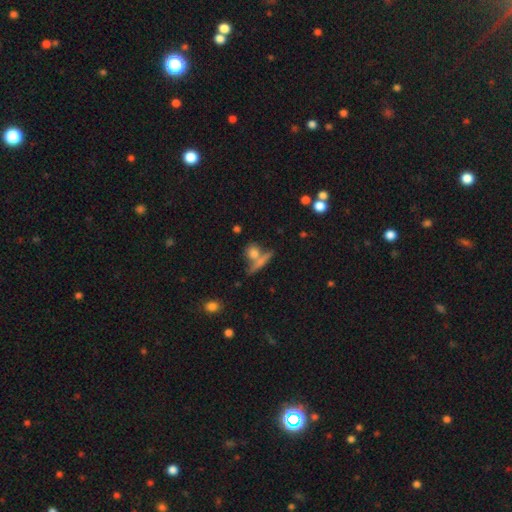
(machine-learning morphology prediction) Smooth or featured? smooth (70%)
How rounded? round (53%)
Merging? none (55%)